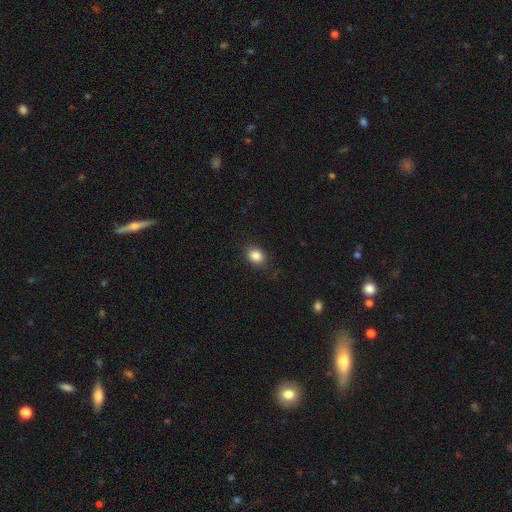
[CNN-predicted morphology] The model was most divided on "how rounded": round: 51%, in between: 48%, cigar-shaped: 1%. More confident: merging — none (86%); smooth or featured — smooth (86%).